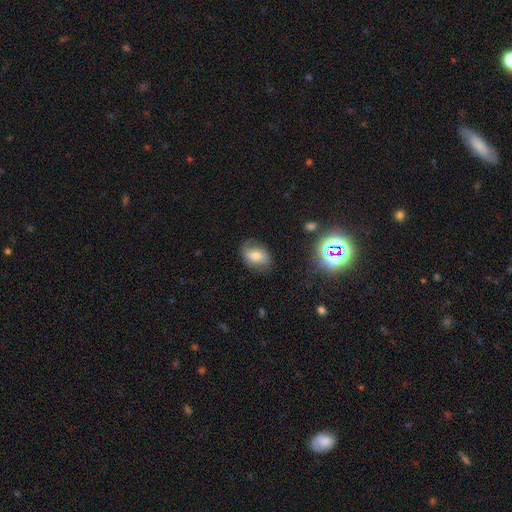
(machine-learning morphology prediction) Overall: smooth (51%; featured or disk 37%). How rounded: in between (76%). Merging: none (70%).